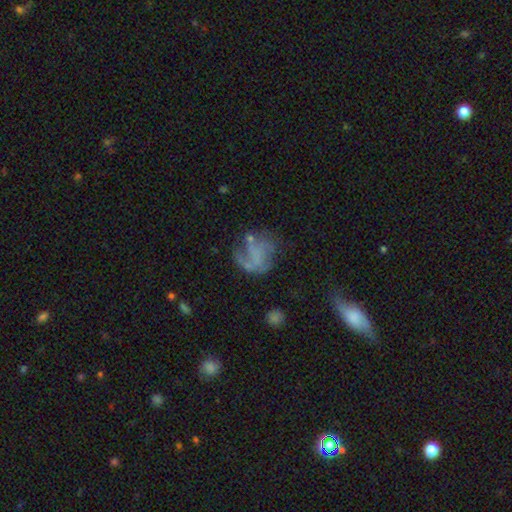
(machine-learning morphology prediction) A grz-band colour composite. It shows a featured or disk galaxy (57%) with no bar (72%), spiral arms (65%) and no central bulge (76%). Merging: none (38%).